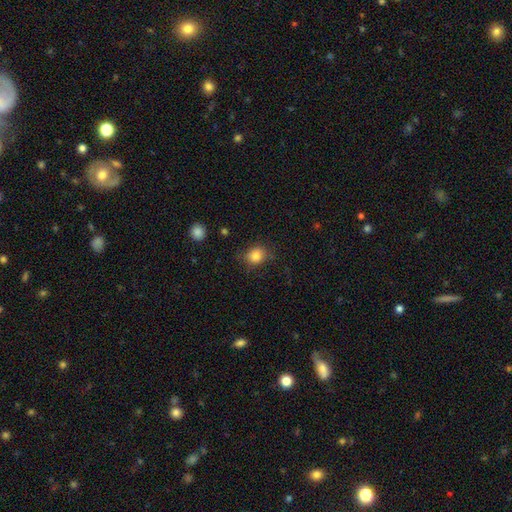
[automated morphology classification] Smooth or featured: smooth — 83% (star or artifact — 11%)
How rounded: round — 68% (in between — 31%)
Merging: none — 79% (minor disturbance — 16%)